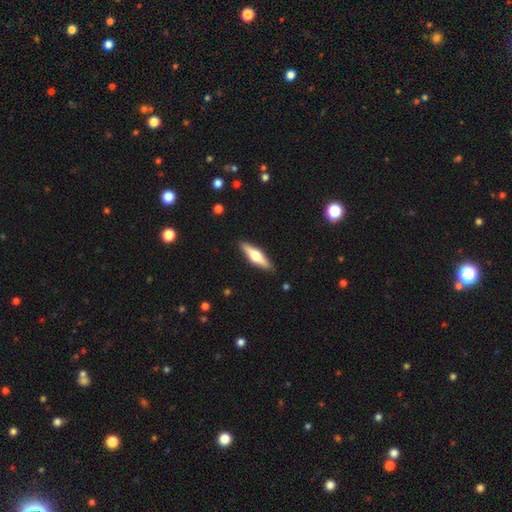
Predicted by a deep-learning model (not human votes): This is likely a featured or disk galaxy (60%). It is clearly viewed edge-on (96%). Edge-on bulge: clearly rounded (94%). Merging: clearly none (90%).